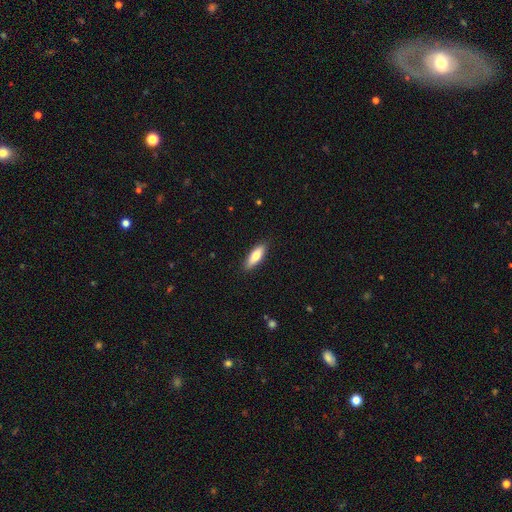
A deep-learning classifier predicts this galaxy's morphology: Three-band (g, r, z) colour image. It shows a smooth galaxy with no disk features (74%) that is in between round and cigar-shaped (59%). Merging: none (88%).